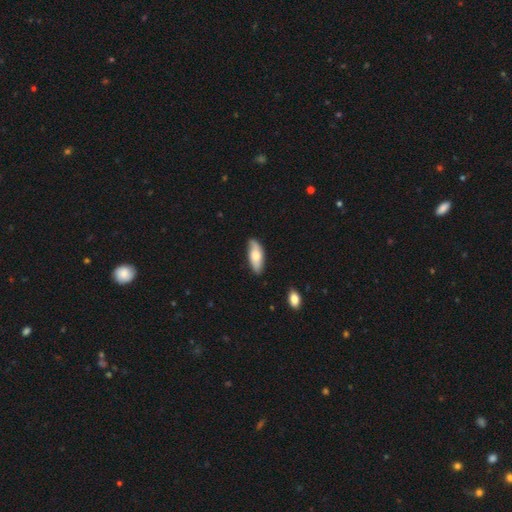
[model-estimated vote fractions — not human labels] Smooth or featured? Predicted: smooth (p=0.63). How rounded? Predicted: in between (p=0.78). Merging? Predicted: none (p=0.76).